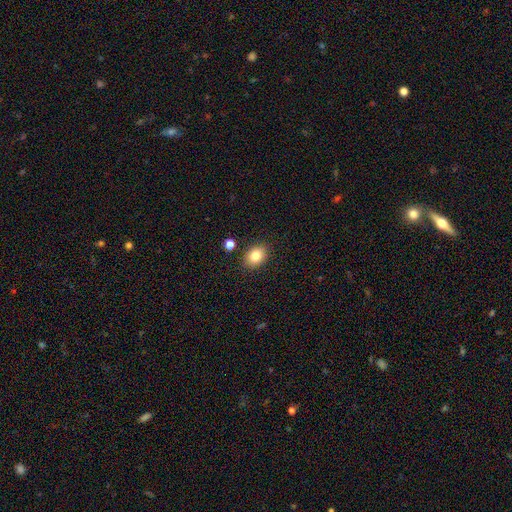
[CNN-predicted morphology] Q: Smooth or featured?
A: smooth (82%); runner-up: star or artifact (9%)
Q: How rounded?
A: in between (69%); runner-up: round (30%)
Q: Merging?
A: none (86%); runner-up: minor disturbance (9%)